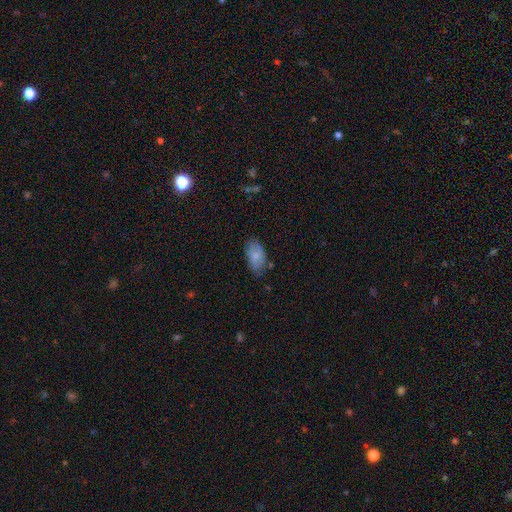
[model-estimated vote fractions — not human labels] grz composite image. It shows a smooth galaxy with no disk features (71%) that is in between round and cigar-shaped (93%). Merging: none (70%).